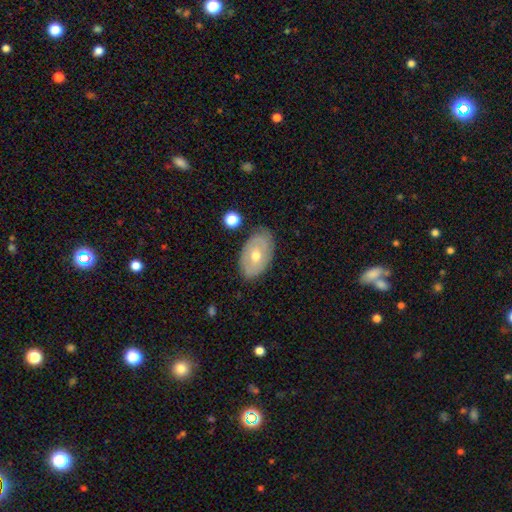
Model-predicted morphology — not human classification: Smooth or featured: featured or disk — 50% (smooth — 43%)
Merging: none — 77% (minor disturbance — 17%)